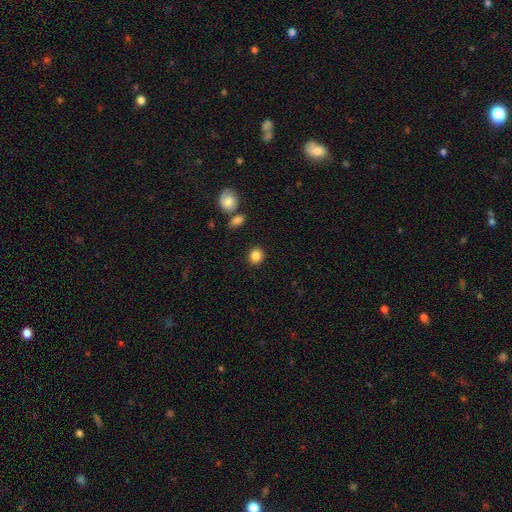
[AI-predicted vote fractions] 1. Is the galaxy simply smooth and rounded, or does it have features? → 86% smooth, 9% star or artifact, 5% featured or disk.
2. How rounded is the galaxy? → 81% round, 18% in between, 1% cigar-shaped.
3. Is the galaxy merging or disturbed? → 87% none, 7% minor disturbance, 3% merger, 3% major disturbance.